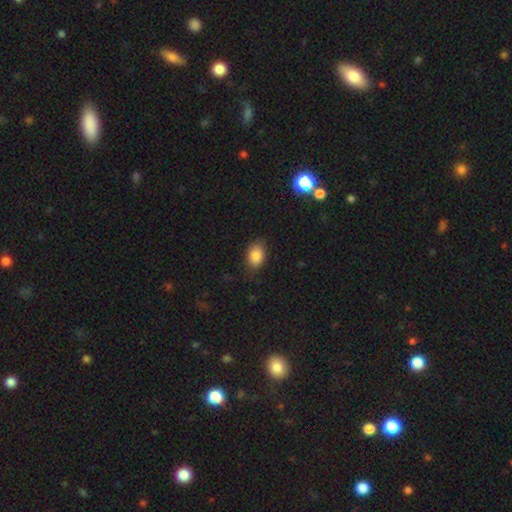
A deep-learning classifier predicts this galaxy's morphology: type=smooth (85%); roundness=in between (80%); merging=none (80%).